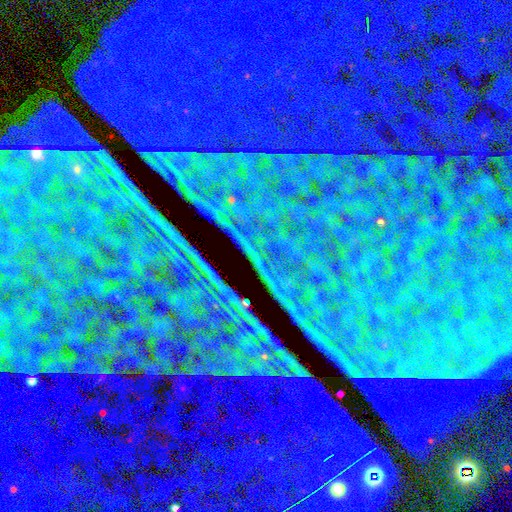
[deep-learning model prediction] Smooth or featured: star or artifact — 87% (featured or disk — 7%)